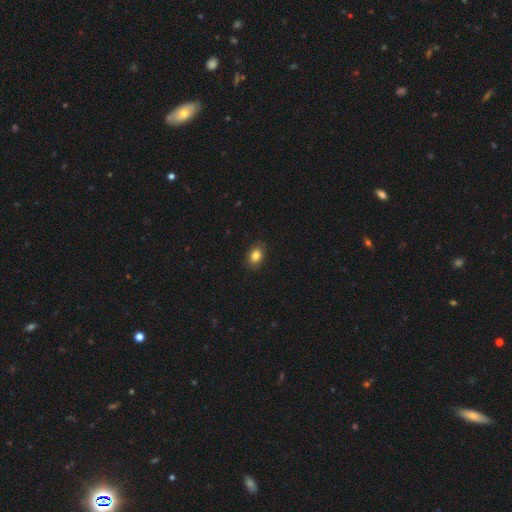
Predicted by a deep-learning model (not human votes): Smooth or featured? Predicted: smooth (p=0.84). How rounded? Predicted: in between (p=0.66). Merging? Predicted: none (p=0.87).